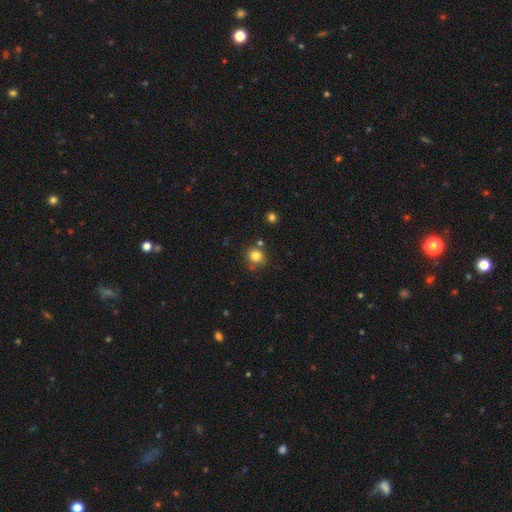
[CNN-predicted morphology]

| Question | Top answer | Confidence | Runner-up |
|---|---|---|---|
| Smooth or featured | smooth | 81% | star or artifact (13%) |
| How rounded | round | 90% | in between (10%) |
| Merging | none | 77% | minor disturbance (11%) |